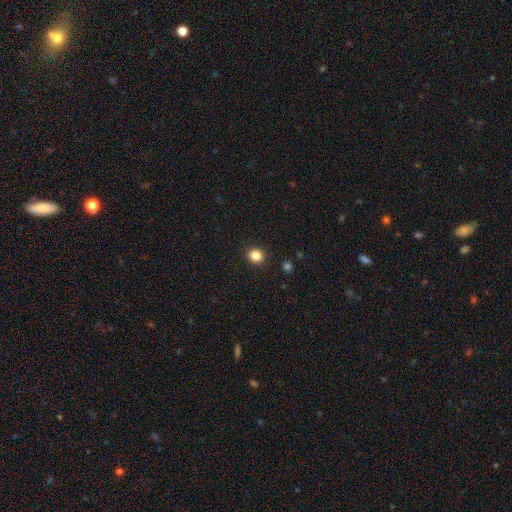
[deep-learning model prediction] Smooth or featured? smooth (85%)
How rounded? round (79%)
Merging? none (91%)